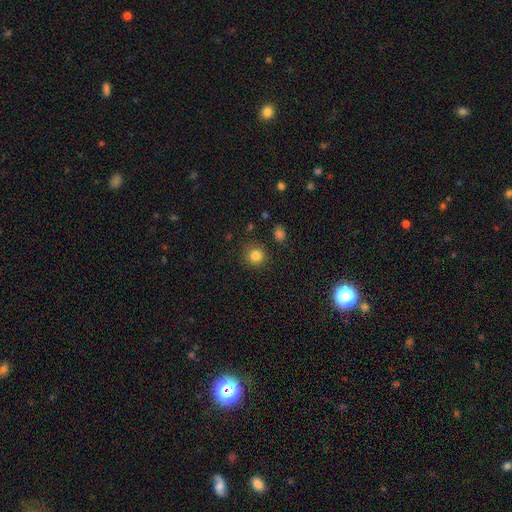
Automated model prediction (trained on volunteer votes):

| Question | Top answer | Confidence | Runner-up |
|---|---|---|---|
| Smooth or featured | smooth | 83% | star or artifact (12%) |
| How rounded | round | 91% | in between (8%) |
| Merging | none | 87% | minor disturbance (8%) |